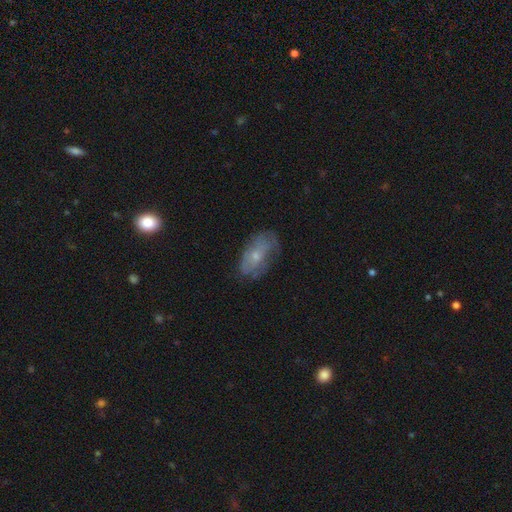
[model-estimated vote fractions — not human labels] smooth_or_featured: smooth (p=0.47) [alt: featured or disk p=0.44]
merging: none (p=0.56) [alt: minor disturbance p=0.28]